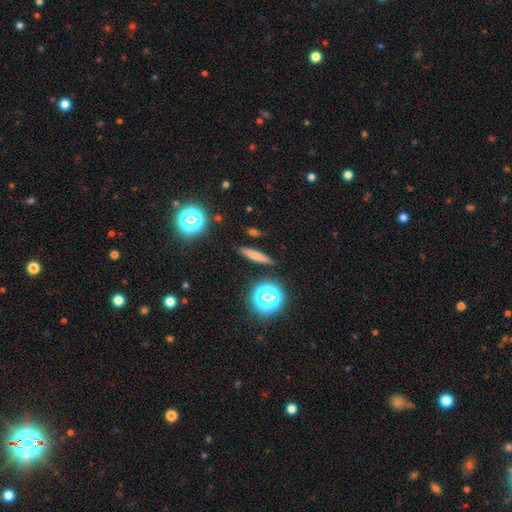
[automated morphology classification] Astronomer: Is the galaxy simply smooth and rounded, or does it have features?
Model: smooth — 66%.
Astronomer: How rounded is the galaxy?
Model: cigar-shaped — 83%.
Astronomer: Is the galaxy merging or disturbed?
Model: none — 88%.